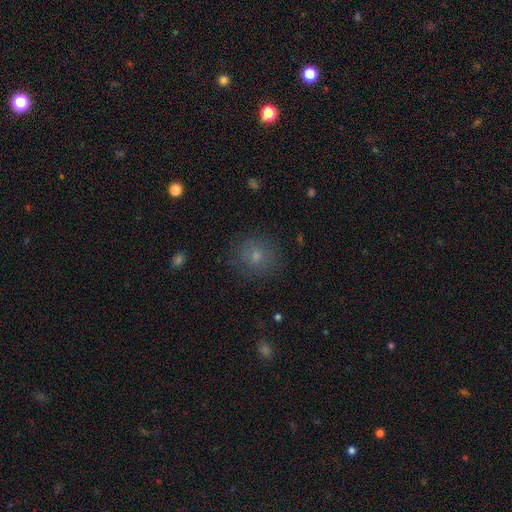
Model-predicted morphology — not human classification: Smooth or featured? smooth (70%)
How rounded? round (84%)
Merging? none (82%)